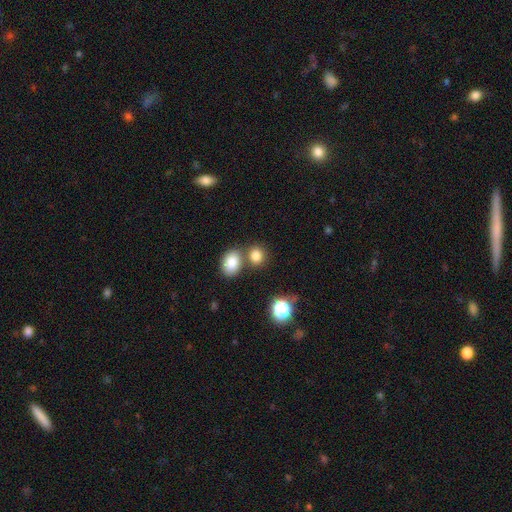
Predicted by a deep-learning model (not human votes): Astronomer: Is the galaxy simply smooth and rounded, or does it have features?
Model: smooth — 81%.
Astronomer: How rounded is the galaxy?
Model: round — 60% (runner-up: in between, 39%).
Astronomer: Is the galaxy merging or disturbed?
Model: none — 58%.